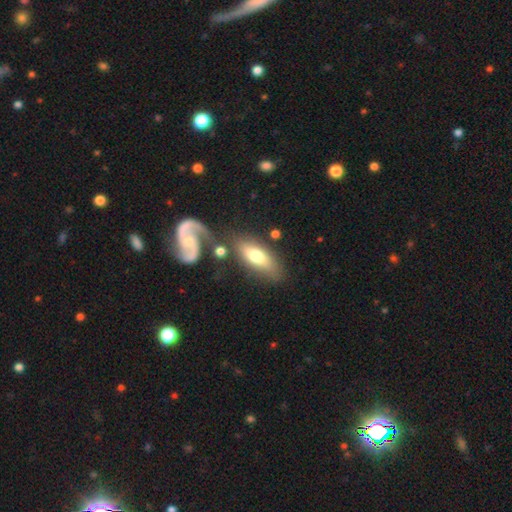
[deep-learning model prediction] Smooth or featured? Predicted: smooth (p=0.63). How rounded? Predicted: in between (p=0.74). Merging? Predicted: none (p=0.65).